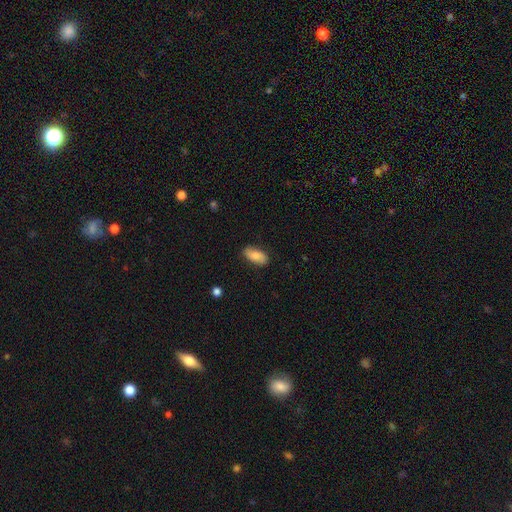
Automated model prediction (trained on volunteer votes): Smooth or featured?
  - smooth: 76% *
  - featured or disk: 18%
  - star or artifact: 6%
How rounded?
  - in between: 90% *
  - cigar-shaped: 7%
  - round: 3%
Merging?
  - none: 84% *
  - minor disturbance: 13%
  - major disturbance: 2%
  - merger: 1%